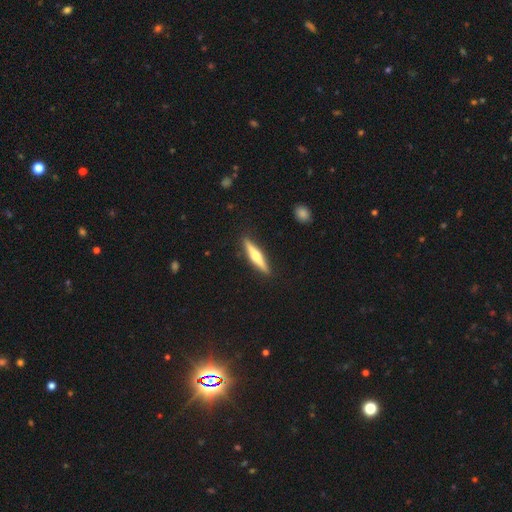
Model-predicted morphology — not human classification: smooth-or-featured: featured or disk: 64% | smooth: 31% | star or artifact: 5%
  disk-edge-on: yes: 97% | no: 3%
    edge-on-bulge: rounded: 91% | boxy: 5% | none: 4%
  merging: none: 91% | minor disturbance: 6% | major disturbance: 1% | merger: 1%